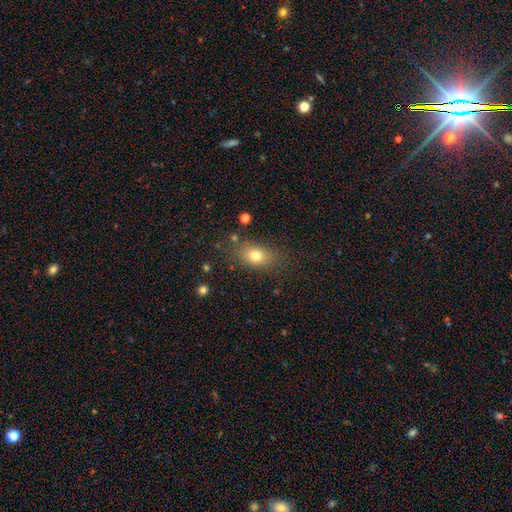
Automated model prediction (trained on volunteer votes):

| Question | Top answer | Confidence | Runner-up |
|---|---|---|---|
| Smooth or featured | smooth | 77% | featured or disk (11%) |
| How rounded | in between | 76% | round (22%) |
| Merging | none | 76% | minor disturbance (15%) |